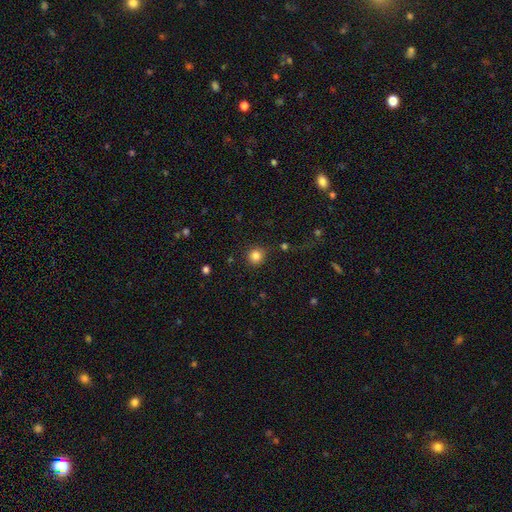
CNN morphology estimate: Q: Smooth or featured?
A: smooth (84%); runner-up: star or artifact (12%)
Q: How rounded?
A: round (92%); runner-up: in between (7%)
Q: Merging?
A: none (85%); runner-up: minor disturbance (9%)